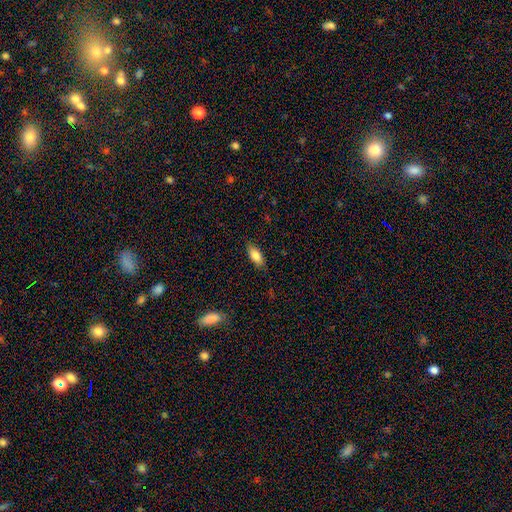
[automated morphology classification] smooth-or-featured: smooth: 83% | featured or disk: 10% | star or artifact: 7%
  how-rounded: in between: 84% | cigar-shaped: 14% | round: 3%
  merging: none: 83% | minor disturbance: 13% | major disturbance: 3% | merger: 1%